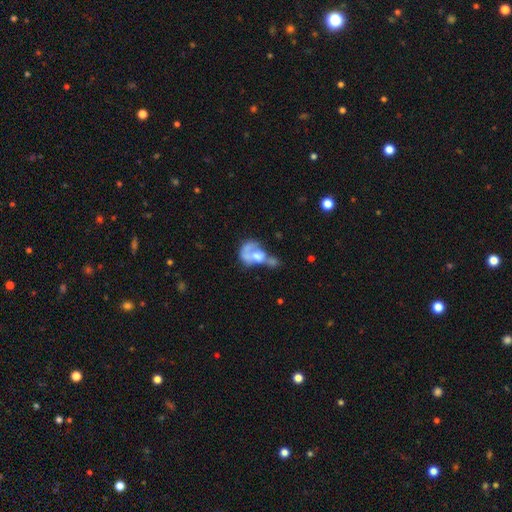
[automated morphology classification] A featured or disk galaxy (48%). Merging: merger (44%).